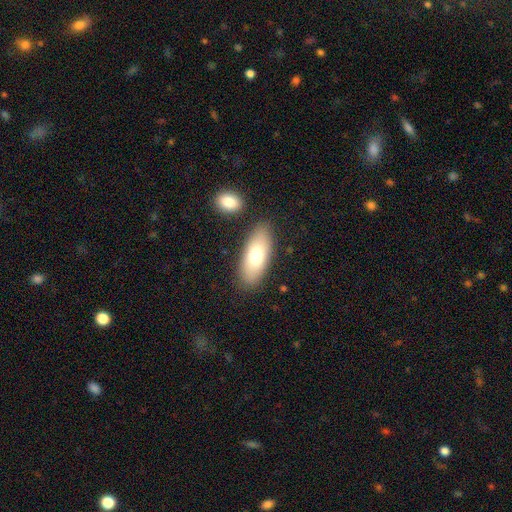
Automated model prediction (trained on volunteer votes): Smooth or featured: smooth — 73% (featured or disk — 20%)
How rounded: in between — 81% (cigar-shaped — 16%)
Merging: none — 83% (minor disturbance — 10%)